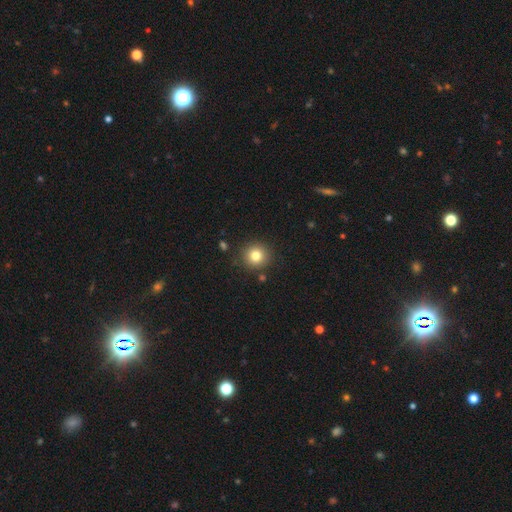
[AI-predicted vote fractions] Q: Smooth or featured?
A: smooth (80%); runner-up: star or artifact (11%)
Q: How rounded?
A: round (92%); runner-up: in between (7%)
Q: Merging?
A: none (88%); runner-up: minor disturbance (7%)